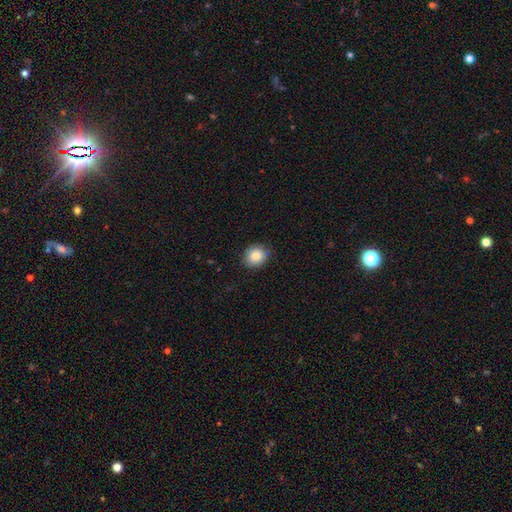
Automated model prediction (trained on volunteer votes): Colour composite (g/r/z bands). It shows a smooth galaxy with no disk features (85%) that is round (73%). Merging: none (87%).